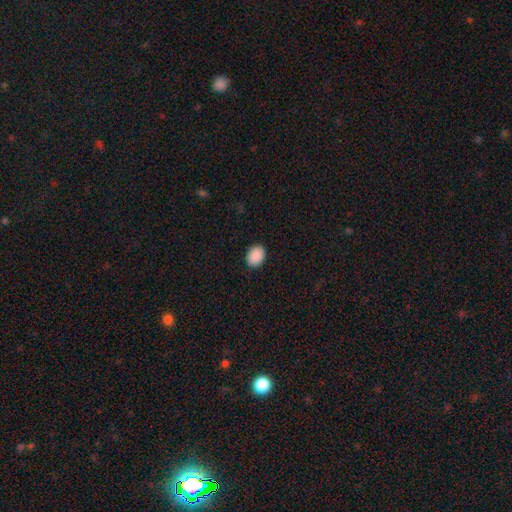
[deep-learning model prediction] smooth 91%, star or artifact 7%, featured or disk 2%. Down the decision tree: how rounded — in between (64%); merging — none (90%).